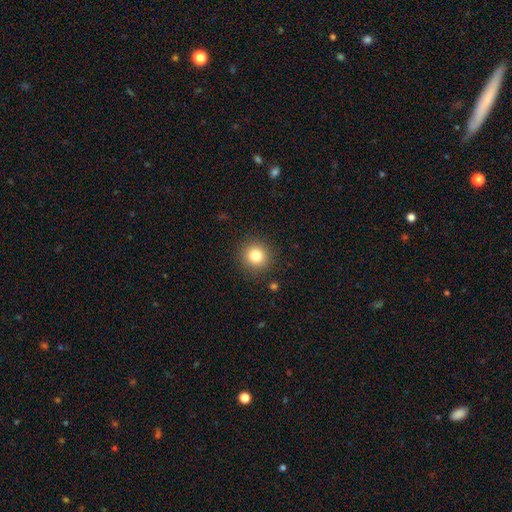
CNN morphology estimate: Q: Smooth or featured?
A: smooth (82%); runner-up: star or artifact (12%)
Q: How rounded?
A: round (94%); runner-up: in between (6%)
Q: Merging?
A: none (90%); runner-up: minor disturbance (6%)